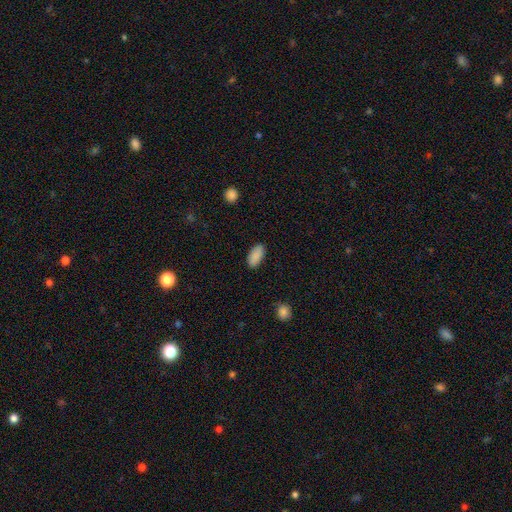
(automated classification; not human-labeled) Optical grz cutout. It shows a smooth galaxy with no disk features (89%) that is in between round and cigar-shaped (93%). Merging: none (87%).